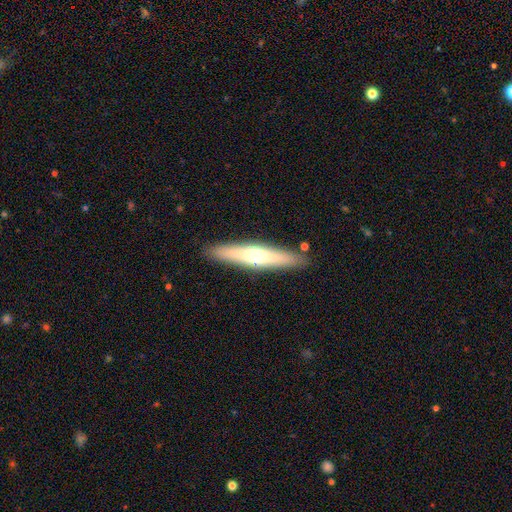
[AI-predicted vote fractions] This is possibly a featured or disk galaxy (49%). Merging: clearly none (89%).